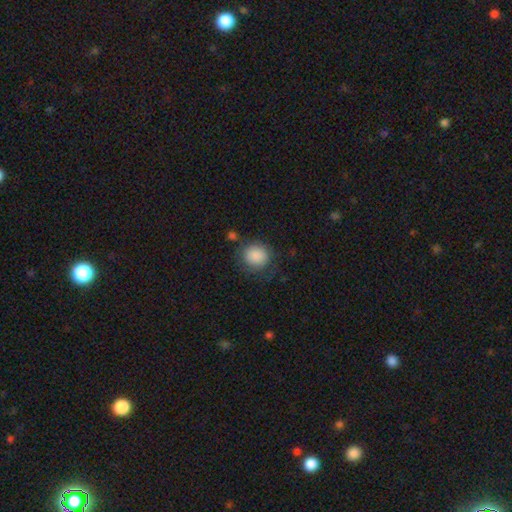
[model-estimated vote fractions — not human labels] This is clearly a smooth galaxy (88%). How rounded: clearly round (84%). Merging: likely none (74%).